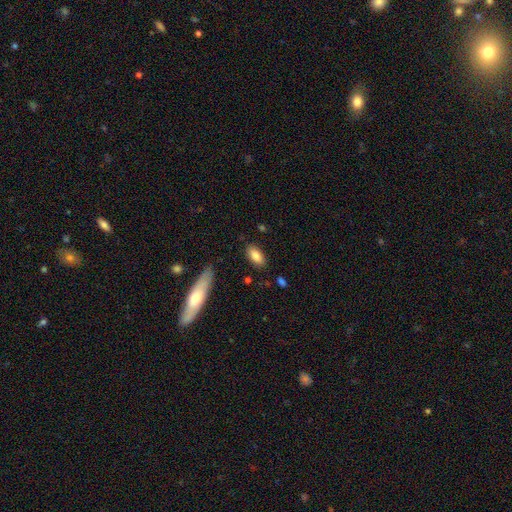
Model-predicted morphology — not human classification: A smooth galaxy with no disk features (83%) that is in between round and cigar-shaped (89%). Merging: none (84%).